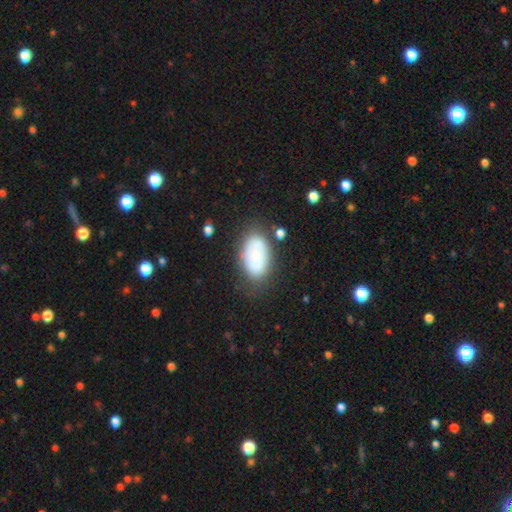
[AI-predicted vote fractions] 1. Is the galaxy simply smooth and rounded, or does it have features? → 70% smooth, 21% featured or disk, 9% star or artifact.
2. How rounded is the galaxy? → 92% in between, 7% round, 1% cigar-shaped.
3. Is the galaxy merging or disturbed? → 66% none, 21% minor disturbance, 8% major disturbance, 4% merger.